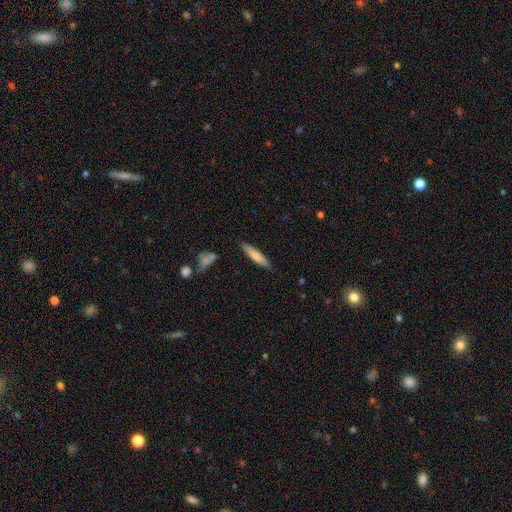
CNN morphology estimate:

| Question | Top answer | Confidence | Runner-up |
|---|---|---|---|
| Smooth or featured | smooth | 72% | featured or disk (22%) |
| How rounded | cigar-shaped | 82% | in between (16%) |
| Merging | none | 86% | minor disturbance (10%) |